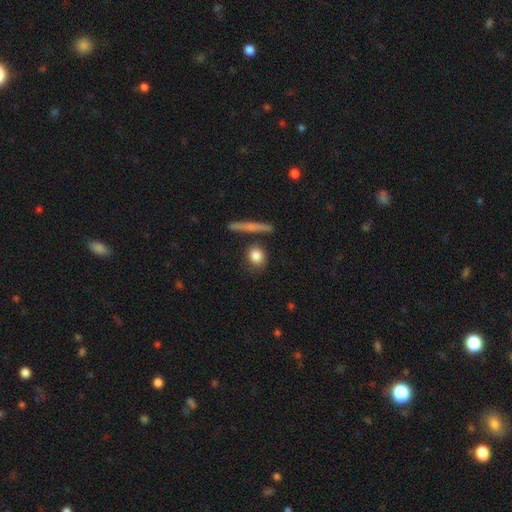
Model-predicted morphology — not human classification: Smooth or featured?
  - smooth: 82% *
  - featured or disk: 10%
  - star or artifact: 7%
How rounded?
  - round: 61% *
  - in between: 28%
  - cigar-shaped: 10%
Merging?
  - none: 77% *
  - minor disturbance: 12%
  - merger: 7%
  - major disturbance: 4%